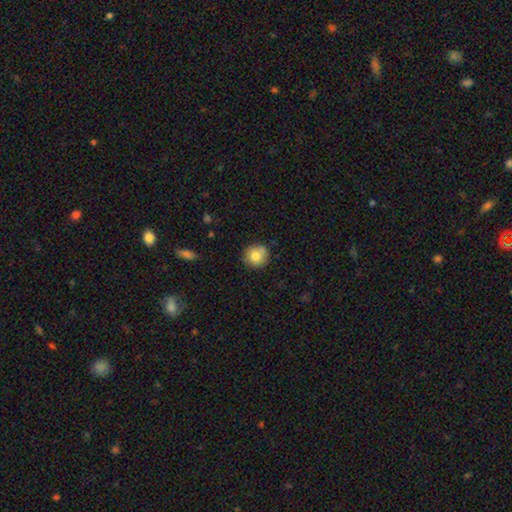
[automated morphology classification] Smooth or featured?
  - smooth: 79% *
  - featured or disk: 11%
  - star or artifact: 9%
How rounded?
  - round: 92% *
  - in between: 7%
  - cigar-shaped: 1%
Merging?
  - none: 75% *
  - minor disturbance: 14%
  - merger: 8%
  - major disturbance: 3%